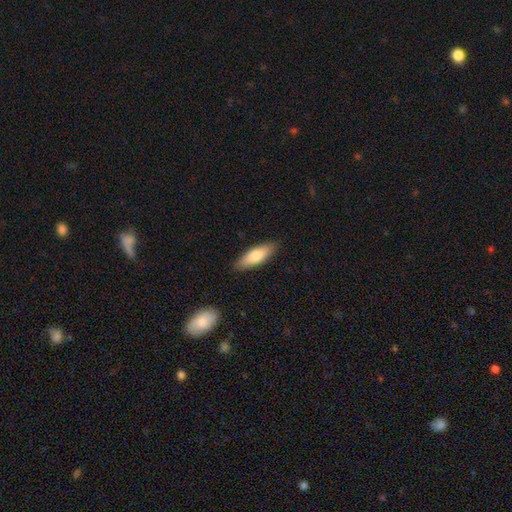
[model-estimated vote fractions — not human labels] Smooth or featured? Predicted: smooth (p=0.77). How rounded? Predicted: in between (p=0.59). Merging? Predicted: none (p=0.87).